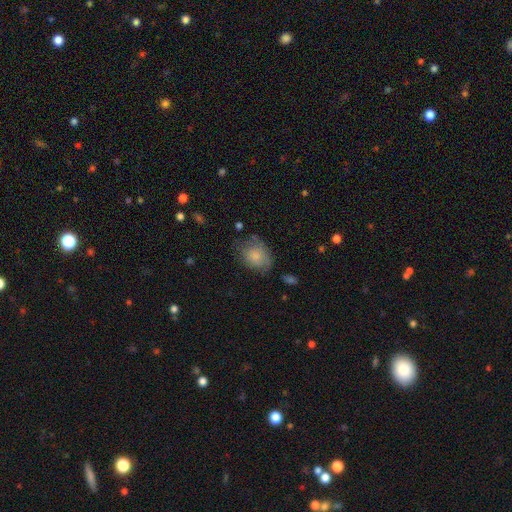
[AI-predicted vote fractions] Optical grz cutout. It shows a smooth galaxy with no disk features (77%) that is in between round and cigar-shaped (62%). Merging: none (53%).